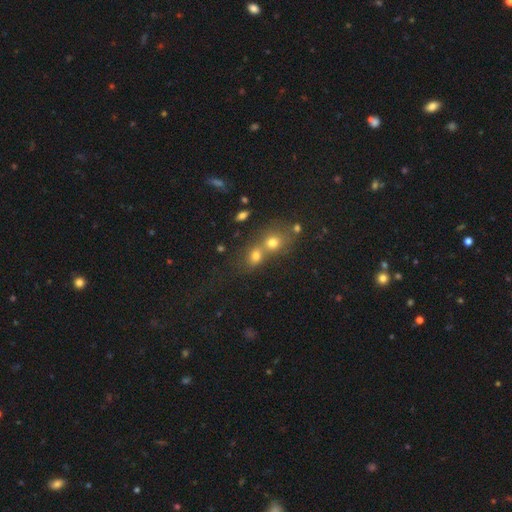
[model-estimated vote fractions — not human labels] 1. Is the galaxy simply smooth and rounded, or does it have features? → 71% smooth, 16% star or artifact, 13% featured or disk.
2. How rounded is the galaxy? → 59% round, 40% in between, 2% cigar-shaped.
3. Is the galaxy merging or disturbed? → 59% merger, 30% none, 7% minor disturbance, 4% major disturbance.